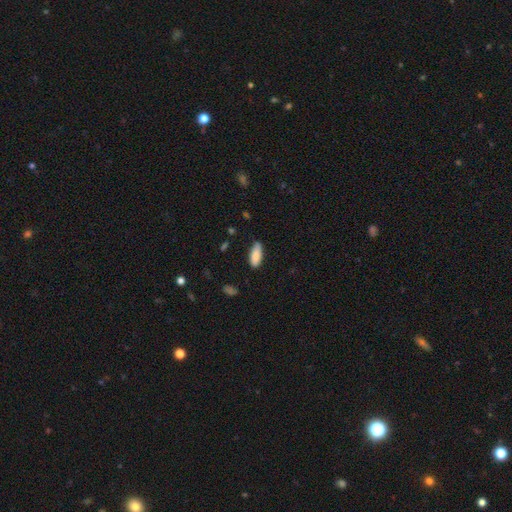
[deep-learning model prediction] Smooth or featured?
  - smooth: 87% *
  - featured or disk: 7%
  - star or artifact: 6%
How rounded?
  - in between: 76% *
  - cigar-shaped: 23%
  - round: 2%
Merging?
  - none: 75% *
  - minor disturbance: 20%
  - major disturbance: 3%
  - merger: 2%